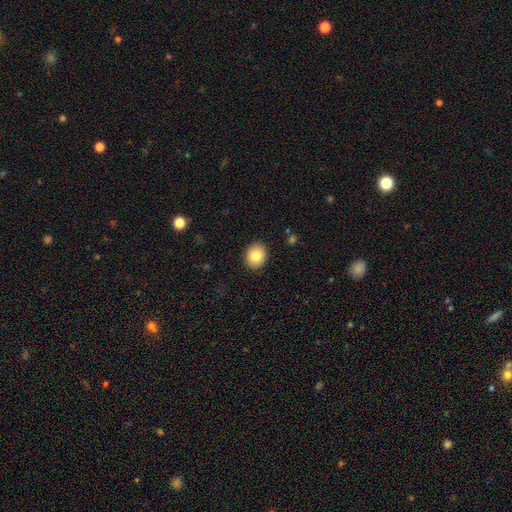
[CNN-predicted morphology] The model was most divided on "how rounded": round: 67%, in between: 32%, cigar-shaped: 1%. More confident: merging — none (91%); smooth or featured — smooth (82%).